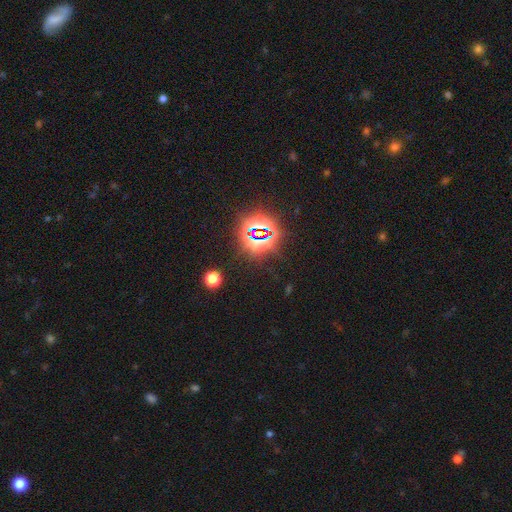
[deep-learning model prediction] Smooth or featured: star or artifact — 79% (smooth — 13%)